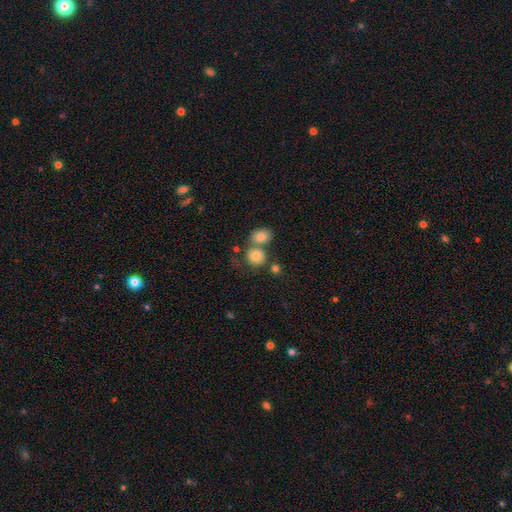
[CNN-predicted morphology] A smooth galaxy with no disk features (80%) that is round (74%). Merging: none (45%).